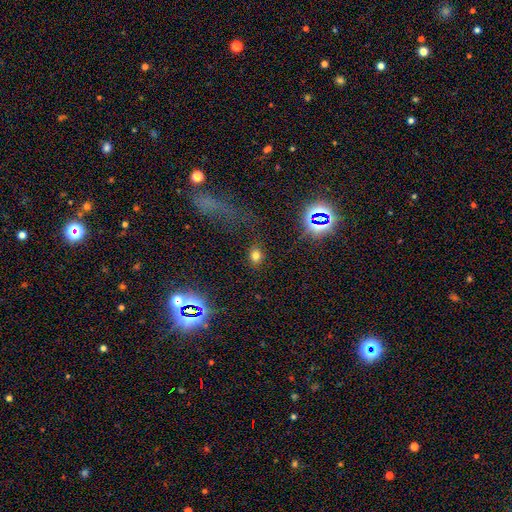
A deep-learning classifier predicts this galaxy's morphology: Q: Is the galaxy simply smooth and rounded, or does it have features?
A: smooth — 71%.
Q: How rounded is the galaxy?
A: in between — 53%.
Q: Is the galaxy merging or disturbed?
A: none — 83%.